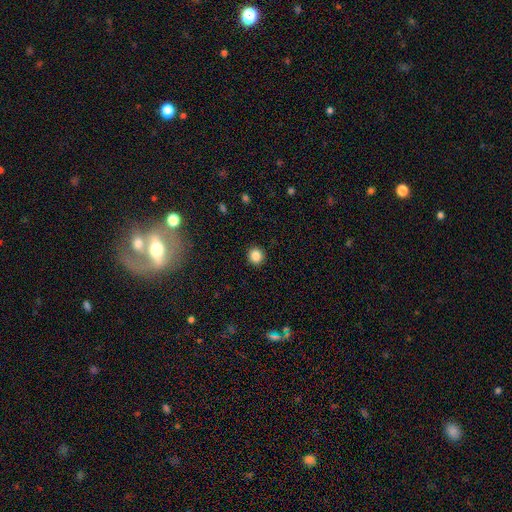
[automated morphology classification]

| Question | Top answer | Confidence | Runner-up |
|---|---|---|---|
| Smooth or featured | smooth | 85% | star or artifact (11%) |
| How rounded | round | 91% | in between (8%) |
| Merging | none | 92% | minor disturbance (5%) |